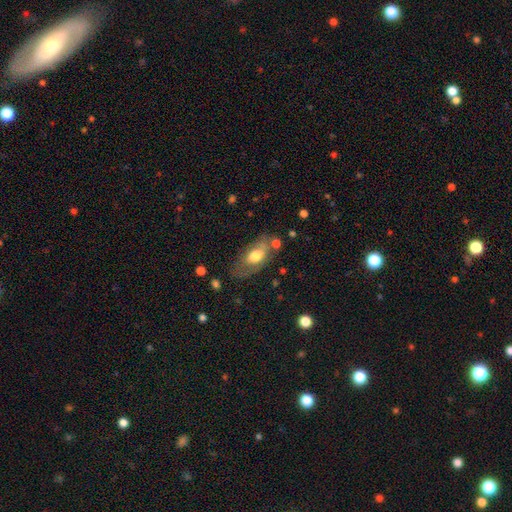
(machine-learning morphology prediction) smooth-or-featured: smooth: 59% | featured or disk: 34% | star or artifact: 7%
  how-rounded: in between: 89% | round: 6% | cigar-shaped: 6%
  merging: none: 54% | minor disturbance: 25% | major disturbance: 13% | merger: 9%